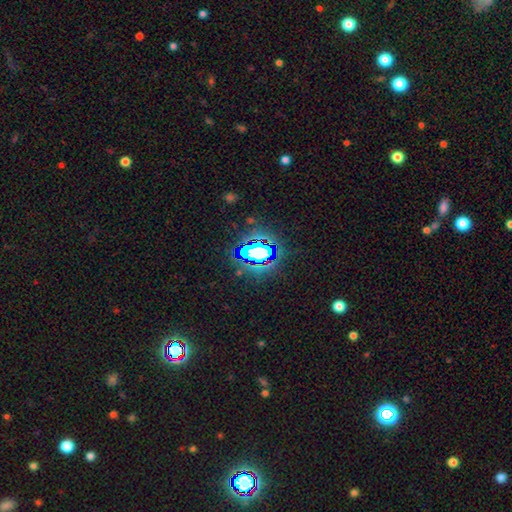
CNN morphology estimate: This is likely a star or artifact rather than a galaxy (66%).